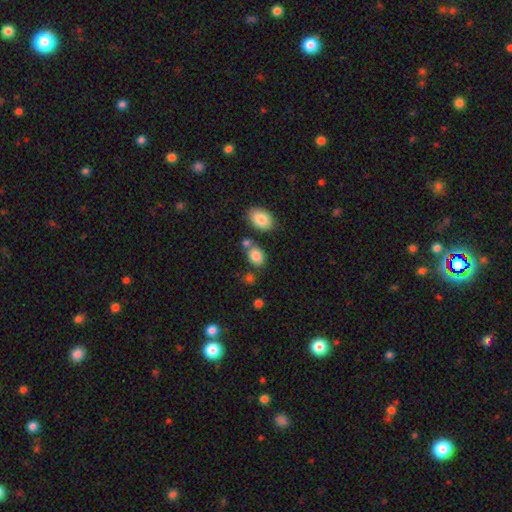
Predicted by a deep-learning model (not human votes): smooth_or_featured: smooth (p=0.84) [alt: star or artifact p=0.09]
how_rounded: in between (p=0.74) [alt: round p=0.25]
merging: none (p=0.64) [alt: merger p=0.20]